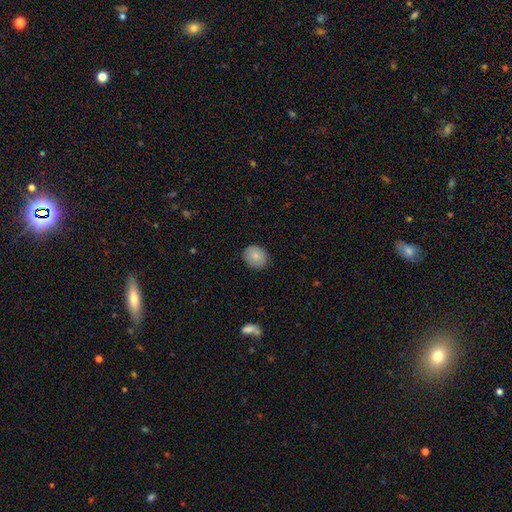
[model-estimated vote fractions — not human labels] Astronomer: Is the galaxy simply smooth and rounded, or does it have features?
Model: smooth — 84%.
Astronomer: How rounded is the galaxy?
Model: round — 63%.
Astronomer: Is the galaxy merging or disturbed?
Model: none — 86%.